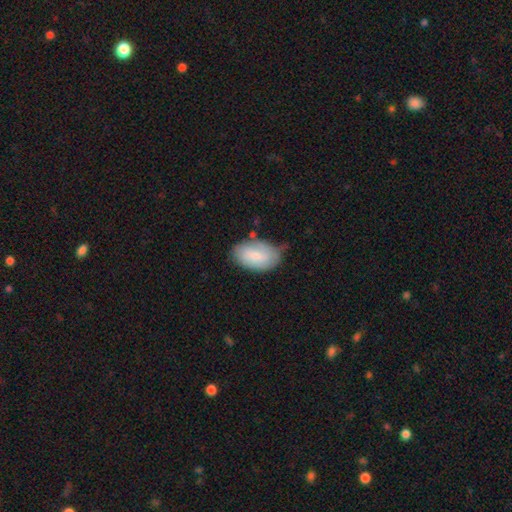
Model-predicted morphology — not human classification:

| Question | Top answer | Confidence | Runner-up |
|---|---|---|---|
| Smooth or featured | smooth | 74% | featured or disk (20%) |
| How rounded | in between | 93% | round (6%) |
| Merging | none | 61% | minor disturbance (29%) |